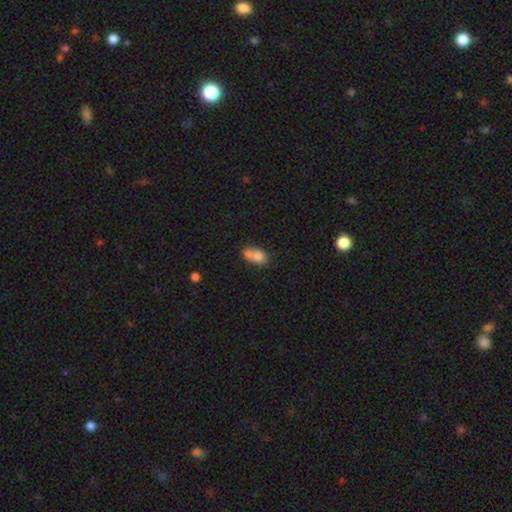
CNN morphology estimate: Overall: smooth (74%). How rounded: in between (81%). Merging: merger (37%; none 34%).